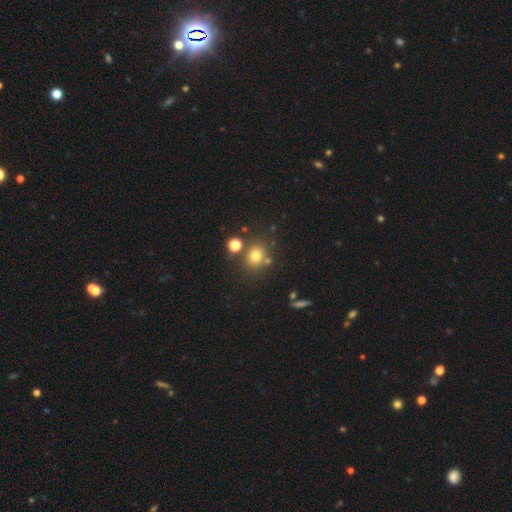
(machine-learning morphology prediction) Smooth or featured? smooth (74%)
How rounded? round (76%)
Merging? none (73%)